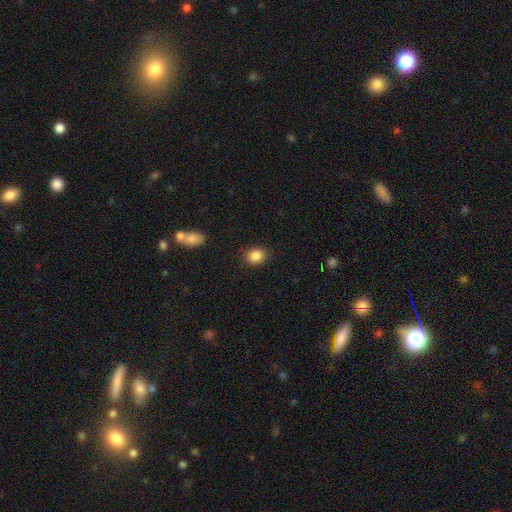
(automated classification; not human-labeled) A smooth galaxy with no disk features (86%) that is round (66%). Merging: none (88%).